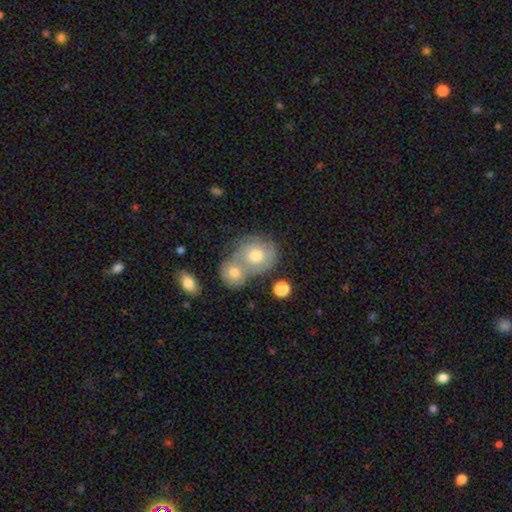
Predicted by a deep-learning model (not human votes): Smooth or featured? Predicted: smooth (p=0.54). How rounded? Predicted: round (p=0.70). Merging? Predicted: merger (p=0.60).